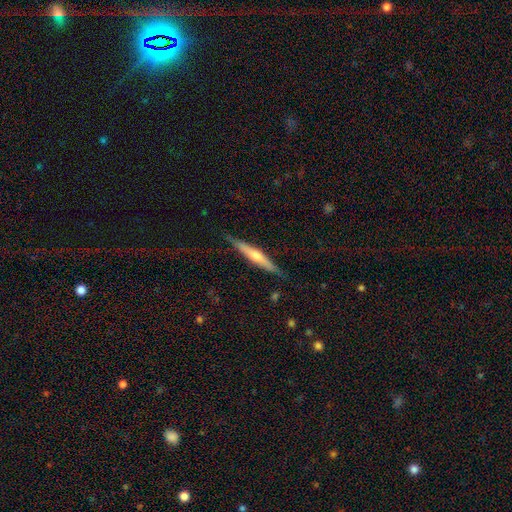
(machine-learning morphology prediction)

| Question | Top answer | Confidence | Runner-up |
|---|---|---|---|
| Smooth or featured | featured or disk | 66% | smooth (28%) |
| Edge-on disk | yes | 97% | no (3%) |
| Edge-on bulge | rounded | 85% | none (10%) |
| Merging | none | 86% | minor disturbance (11%) |